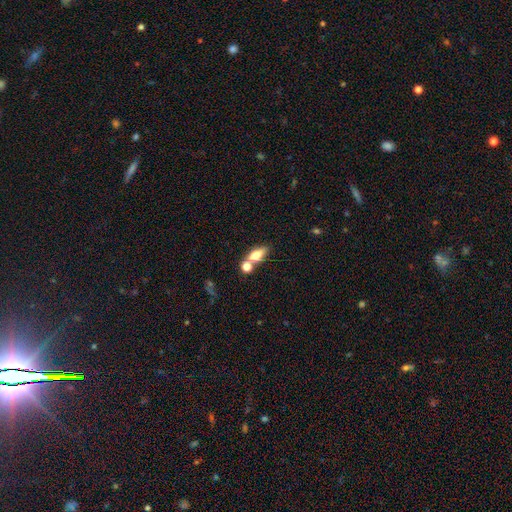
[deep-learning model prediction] Overall: smooth (64%; featured or disk 26%). How rounded: in between (64%). Merging: none (44%; merger 38%).